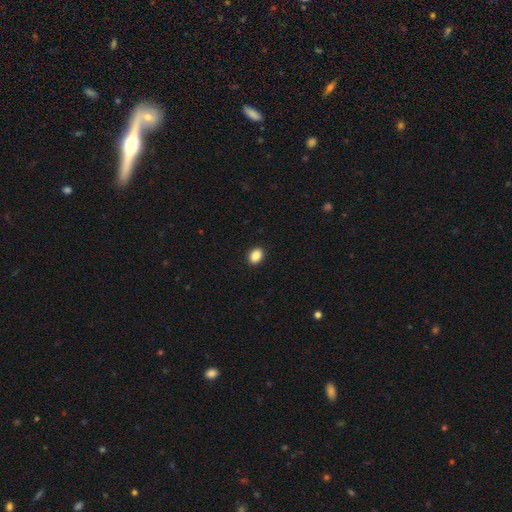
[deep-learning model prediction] Smooth or featured? smooth (88%)
How rounded? in between (71%)
Merging? none (92%)